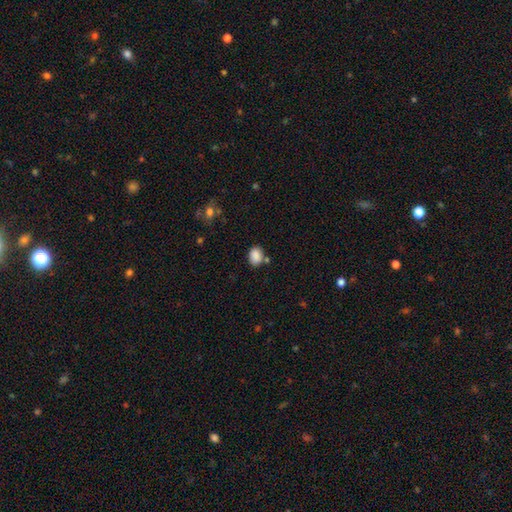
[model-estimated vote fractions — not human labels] smooth_or_featured: smooth (p=0.87) [alt: star or artifact p=0.08]
how_rounded: in between (p=0.68) [alt: round p=0.31]
merging: none (p=0.72) [alt: minor disturbance p=0.15]